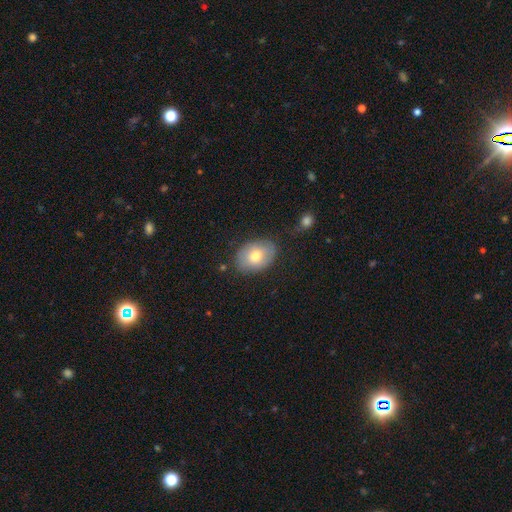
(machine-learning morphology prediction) This is likely a smooth galaxy (71%). How rounded: likely in between (73%). Merging: likely none (78%).